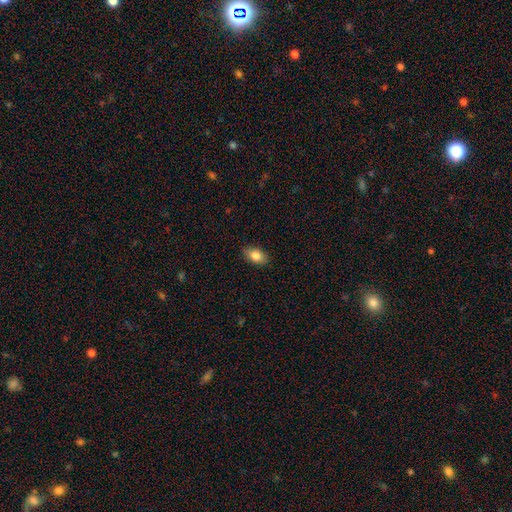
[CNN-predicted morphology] The model was most divided on "smooth or featured": smooth: 83%, featured or disk: 10%, star or artifact: 7%. More confident: how rounded — in between (89%); merging — none (86%).